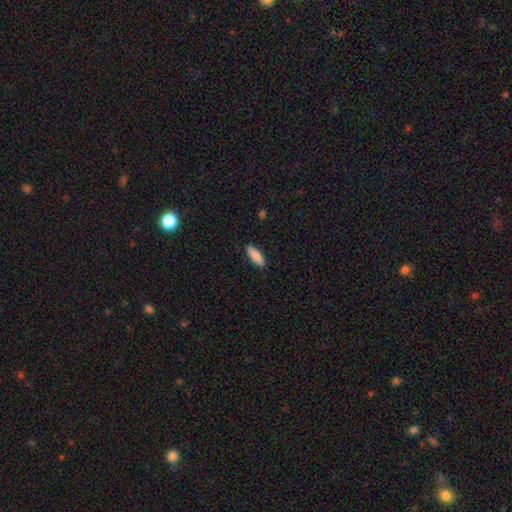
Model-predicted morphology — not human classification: Q: Smooth or featured?
A: smooth (88%); runner-up: featured or disk (6%)
Q: How rounded?
A: in between (53%); runner-up: cigar-shaped (45%)
Q: Merging?
A: none (88%); runner-up: minor disturbance (9%)